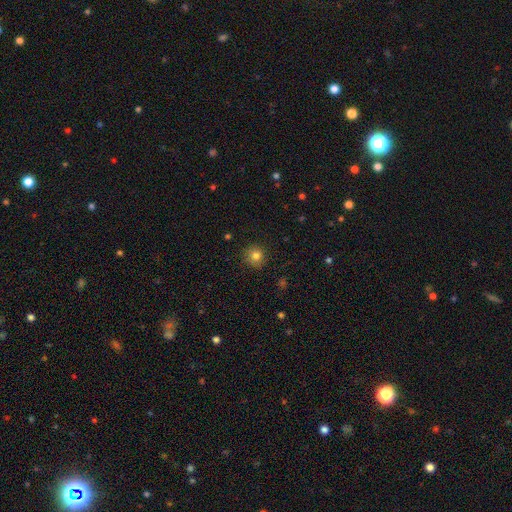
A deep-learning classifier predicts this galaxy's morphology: This appears to be a smooth galaxy with no disk features (82%) that is round (93%). Merging: none (87%).